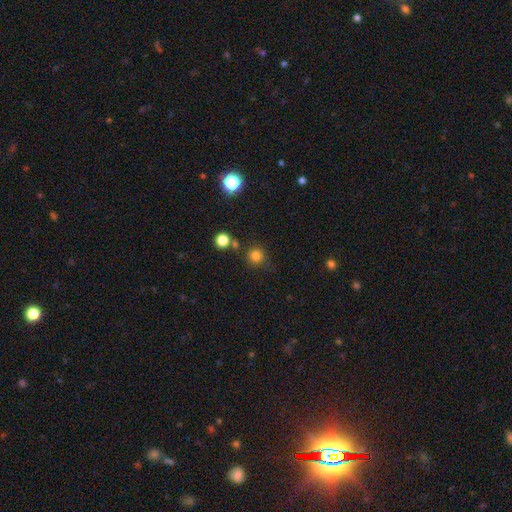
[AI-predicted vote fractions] Smooth or featured?
  - smooth: 79% *
  - star or artifact: 16%
  - featured or disk: 5%
How rounded?
  - round: 94% *
  - in between: 5%
  - cigar-shaped: 1%
Merging?
  - none: 82% *
  - minor disturbance: 9%
  - merger: 7%
  - major disturbance: 3%